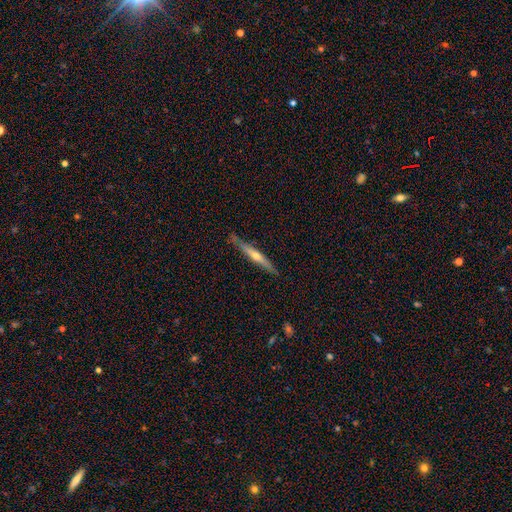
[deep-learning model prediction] Q: Smooth or featured?
A: featured or disk (70%); runner-up: smooth (25%)
Q: Edge-on disk?
A: yes (96%); runner-up: no (4%)
Q: Edge-on bulge?
A: rounded (83%); runner-up: none (14%)
Q: Merging?
A: none (85%); runner-up: minor disturbance (12%)